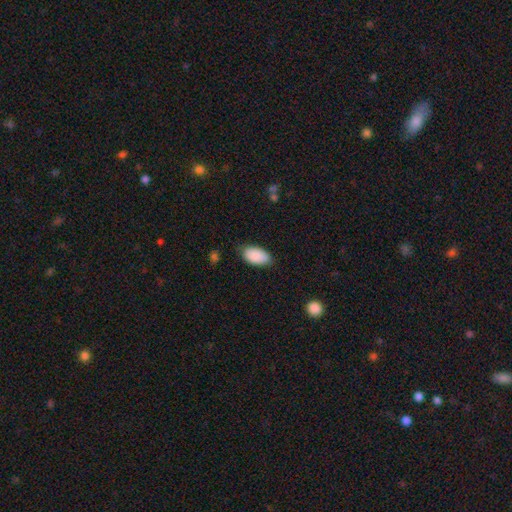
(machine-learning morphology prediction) A smooth galaxy with no disk features (88%) that is in between round and cigar-shaped (95%). Merging: none (76%).